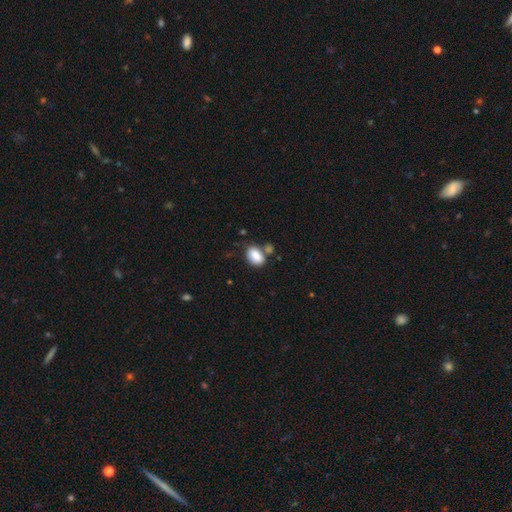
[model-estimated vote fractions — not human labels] smooth 85%, star or artifact 8%, featured or disk 7%. Down the decision tree: how rounded — in between (85%); merging — none (54%).